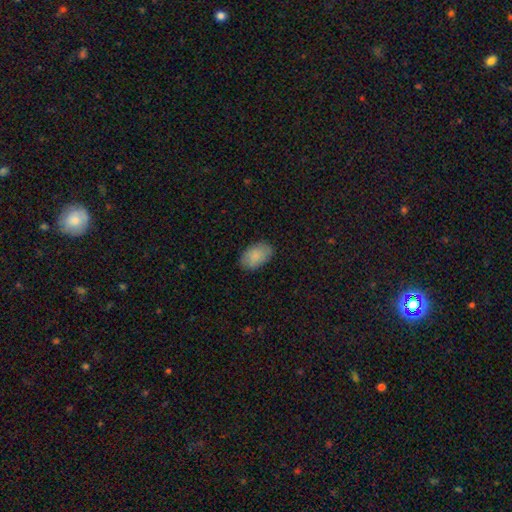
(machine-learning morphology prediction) Smooth or featured?
  - smooth: 86% *
  - featured or disk: 7%
  - star or artifact: 6%
How rounded?
  - in between: 92% *
  - round: 6%
  - cigar-shaped: 1%
Merging?
  - none: 83% *
  - minor disturbance: 13%
  - major disturbance: 3%
  - merger: 1%